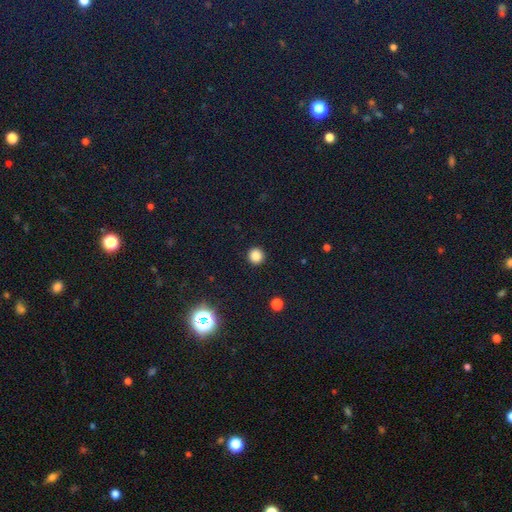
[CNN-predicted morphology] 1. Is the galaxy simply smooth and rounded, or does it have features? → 84% smooth, 13% star or artifact, 3% featured or disk.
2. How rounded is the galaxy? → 95% round, 4% in between, 1% cigar-shaped.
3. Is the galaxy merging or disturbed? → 93% none, 4% minor disturbance, 2% major disturbance, 1% merger.